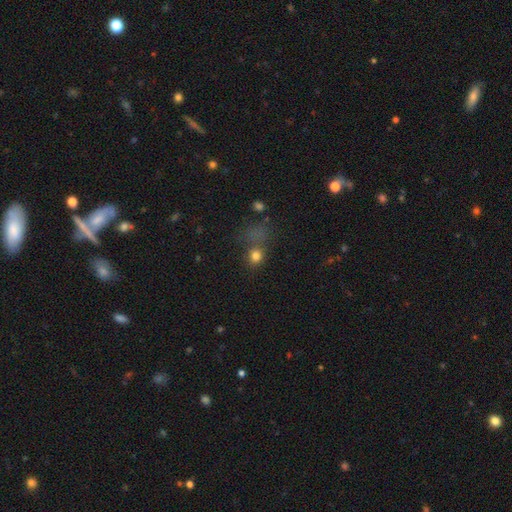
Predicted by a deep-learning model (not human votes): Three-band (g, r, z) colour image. It shows a smooth galaxy with no disk features (74%) that is round (71%). Merging: none (45%).